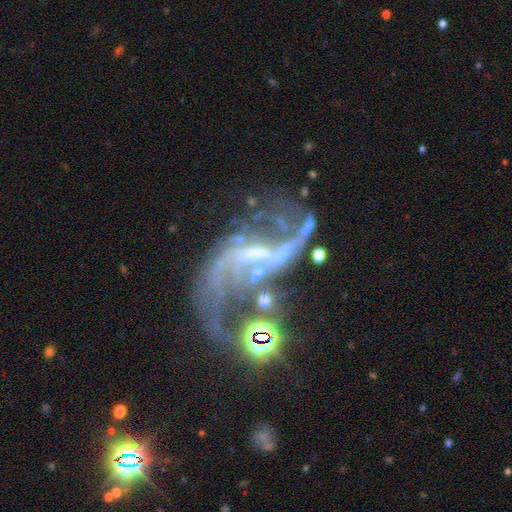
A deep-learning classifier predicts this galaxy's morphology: smooth-or-featured: featured or disk: 86% | star or artifact: 10% | smooth: 4%
  disk-edge-on: no: 97% | yes: 3%
    bar: weak: 44% | strong: 36% | no: 20%
    has-spiral-arms: yes: 94% | no: 6%
      spiral-winding: loose: 71% | medium: 23% | tight: 6%
      spiral-arm-count: 2: 80% | can't tell: 6% | 3: 4% | 1: 4% | 4: 3% | more than 4: 3%
    bulge-size: small: 50% | none: 25% | moderate: 22% | large: 2% | dominant: 1%
  merging: none: 37% | major disturbance: 31% | minor disturbance: 16% | merger: 16%